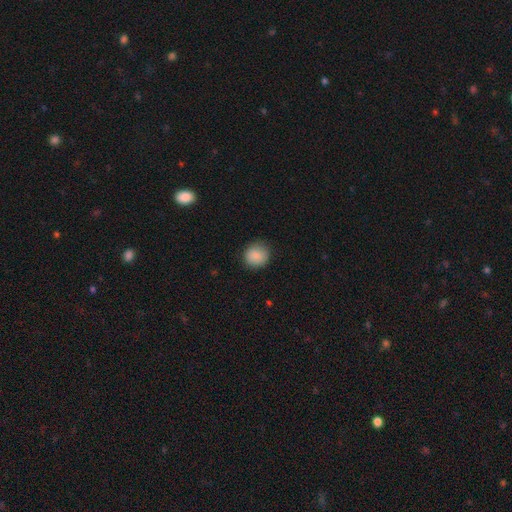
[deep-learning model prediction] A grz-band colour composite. It shows a smooth galaxy with no disk features (87%) that is round (88%). Merging: none (85%).